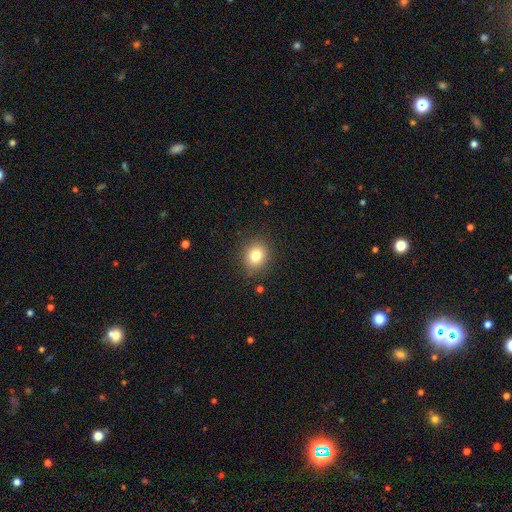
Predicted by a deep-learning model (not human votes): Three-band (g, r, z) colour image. It shows a smooth galaxy with no disk features (81%) that is round (75%). Merging: none (87%).